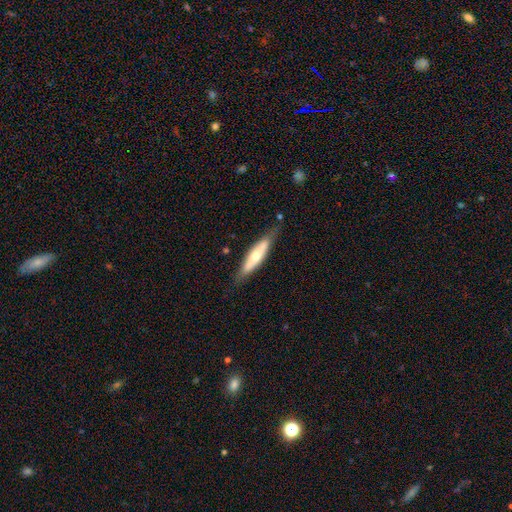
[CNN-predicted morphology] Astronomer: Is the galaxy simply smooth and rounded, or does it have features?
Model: smooth — 48% (runner-up: featured or disk, 46%).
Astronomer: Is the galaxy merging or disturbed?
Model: none — 72%.